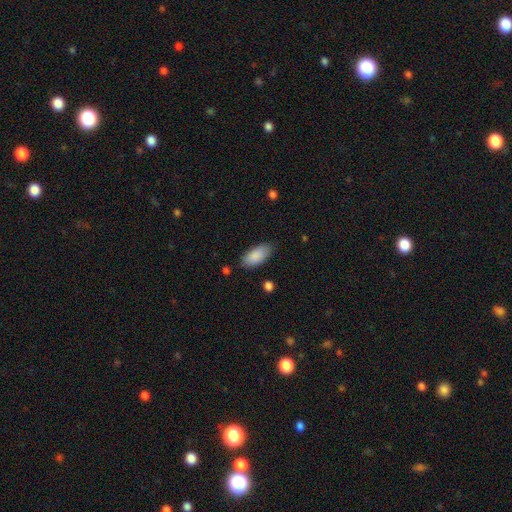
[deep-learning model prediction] This appears to be a smooth galaxy with no disk features (88%) that is in between round and cigar-shaped (90%). Merging: none (80%).